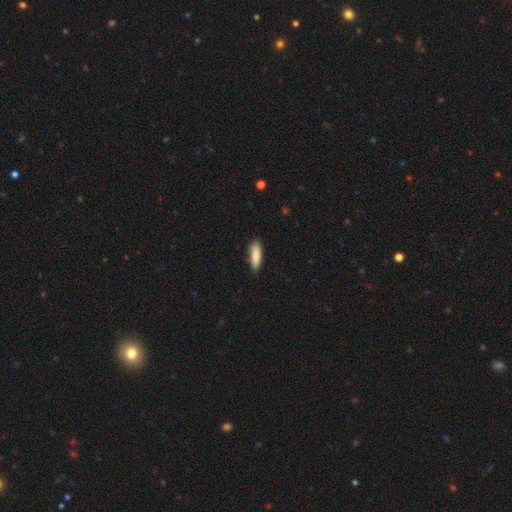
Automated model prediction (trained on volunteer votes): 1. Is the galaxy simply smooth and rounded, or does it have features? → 86% smooth, 9% featured or disk, 6% star or artifact.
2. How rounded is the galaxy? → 58% cigar-shaped, 40% in between, 2% round.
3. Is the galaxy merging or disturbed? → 82% none, 14% minor disturbance, 2% major disturbance, 1% merger.